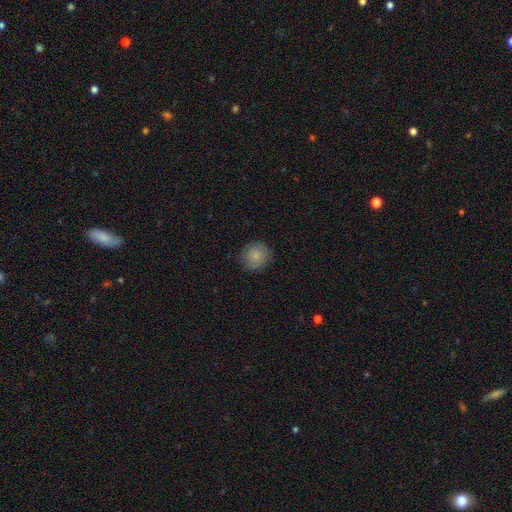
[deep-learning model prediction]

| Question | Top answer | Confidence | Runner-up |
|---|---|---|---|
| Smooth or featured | smooth | 83% | featured or disk (9%) |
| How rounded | round | 91% | in between (8%) |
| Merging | none | 84% | minor disturbance (12%) |